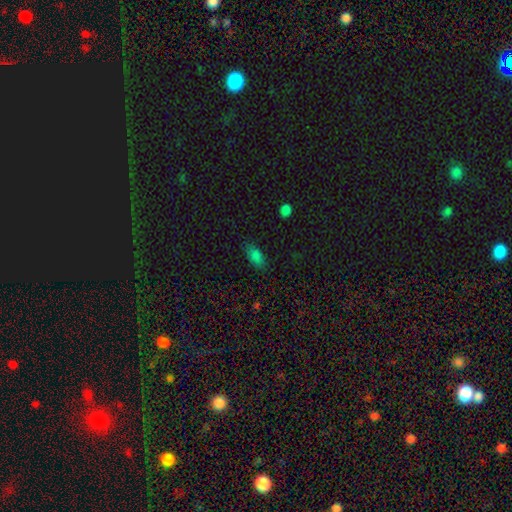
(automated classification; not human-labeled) Smooth or featured: smooth — 80% (star or artifact — 14%)
How rounded: in between — 89% (cigar-shaped — 8%)
Merging: none — 79% (minor disturbance — 16%)